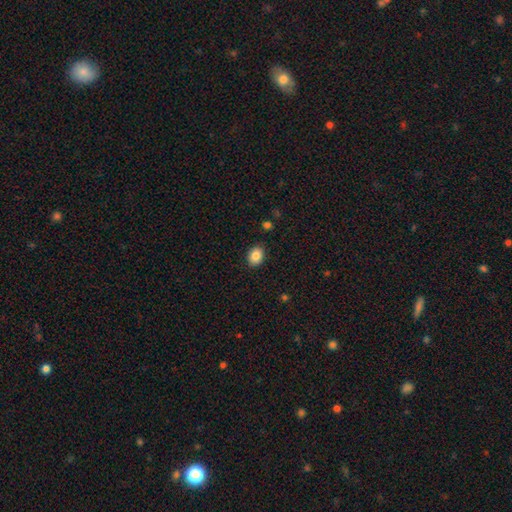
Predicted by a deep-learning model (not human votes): Smooth or featured? smooth (86%)
How rounded? in between (71%)
Merging? none (88%)